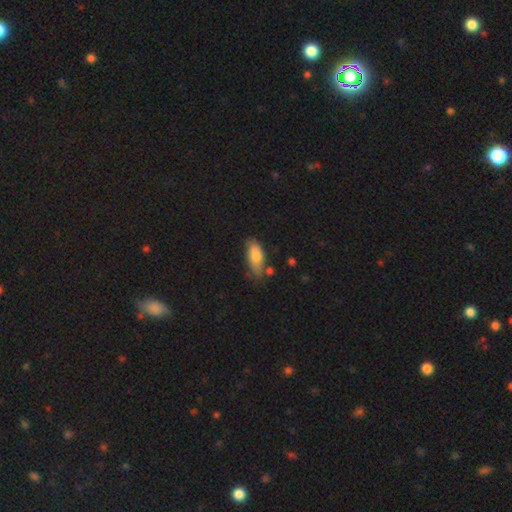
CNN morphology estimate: Q: Smooth or featured?
A: smooth (78%); runner-up: featured or disk (15%)
Q: How rounded?
A: in between (78%); runner-up: cigar-shaped (20%)
Q: Merging?
A: none (58%); runner-up: minor disturbance (28%)